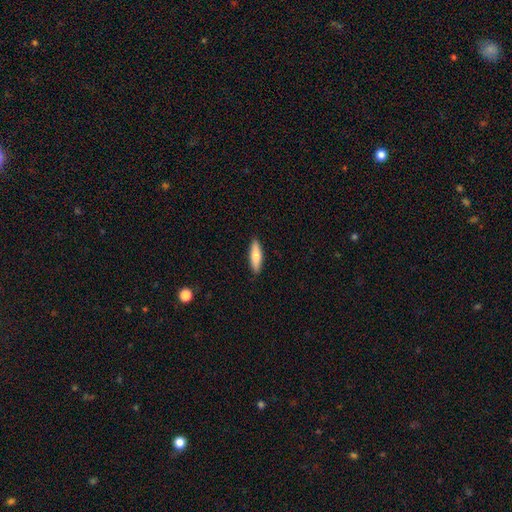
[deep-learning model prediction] This appears to be a smooth galaxy with no disk features (75%) that is cigar-shaped (60%). Merging: none (90%).